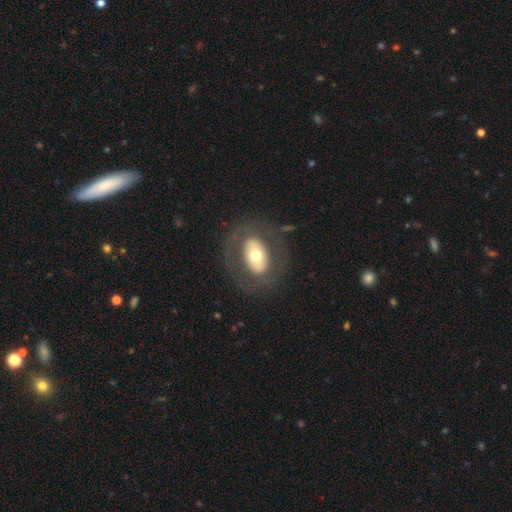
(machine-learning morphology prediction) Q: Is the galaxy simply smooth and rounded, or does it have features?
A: smooth — 47%.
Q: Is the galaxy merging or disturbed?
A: none — 75%.